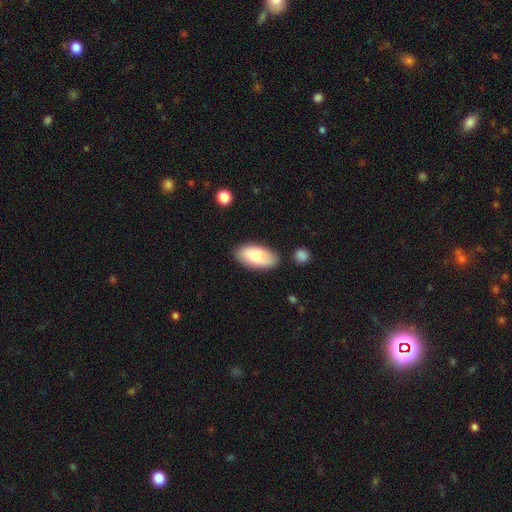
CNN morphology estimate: smooth_or_featured: smooth (p=0.82) [alt: featured or disk p=0.12]
how_rounded: in between (p=0.94) [alt: cigar-shaped p=0.04]
merging: none (p=0.80) [alt: minor disturbance p=0.13]